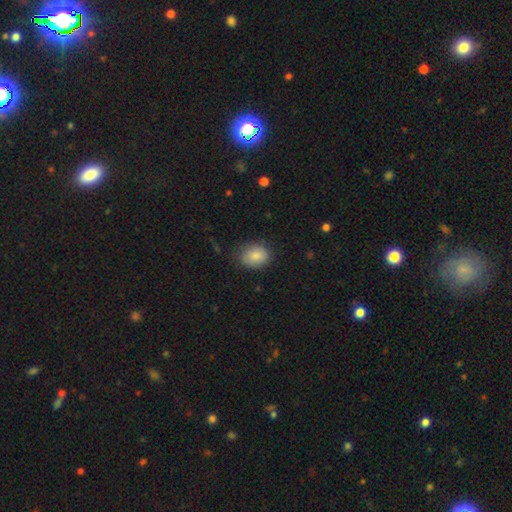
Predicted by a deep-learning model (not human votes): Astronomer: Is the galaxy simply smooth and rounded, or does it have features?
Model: smooth — 85%.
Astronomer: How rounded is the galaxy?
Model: in between — 55% (runner-up: round, 44%).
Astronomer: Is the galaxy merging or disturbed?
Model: none — 79%.